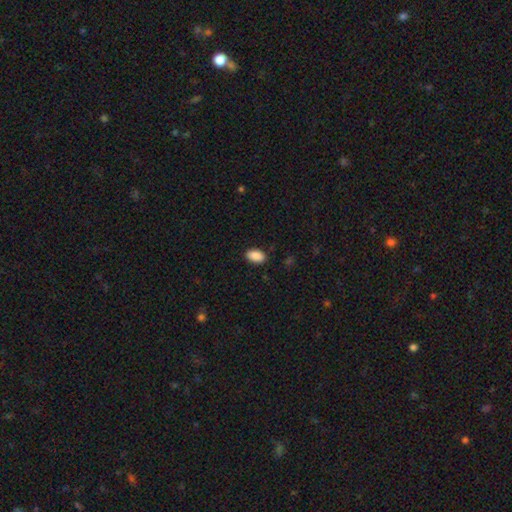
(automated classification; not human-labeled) Morphology: type=smooth (90%); roundness=in between (94%); merging=none (88%).